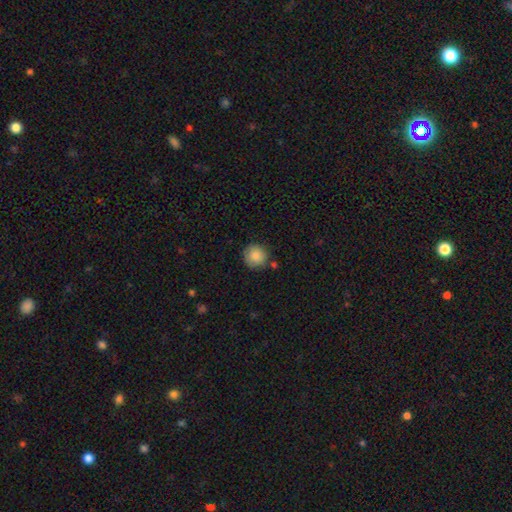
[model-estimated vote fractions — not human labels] Overall: smooth (87%). How rounded: round (93%). Merging: none (82%).